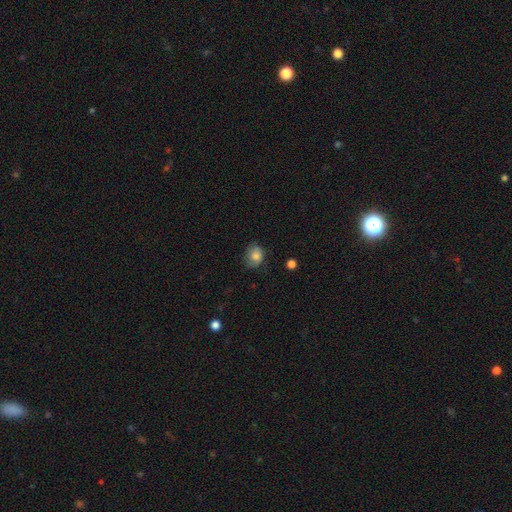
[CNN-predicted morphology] A smooth galaxy with no disk features (79%) that is round (51%).

Vote fractions:
- Smooth or featured? smooth: 79% / featured or disk: 12% / star or artifact: 9%
- How rounded? round: 51% / in between: 48% / cigar-shaped: 1%
- Merging? none: 61% / minor disturbance: 29% / major disturbance: 8% / merger: 2%